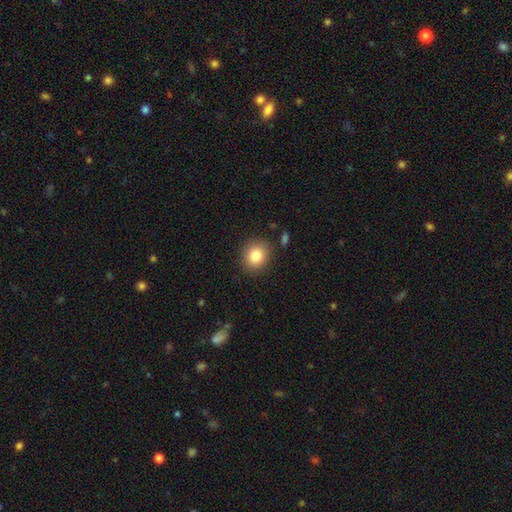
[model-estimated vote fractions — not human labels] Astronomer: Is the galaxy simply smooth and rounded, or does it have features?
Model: smooth — 83%.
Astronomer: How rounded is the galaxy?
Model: round — 78%.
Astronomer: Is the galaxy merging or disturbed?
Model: none — 87%.